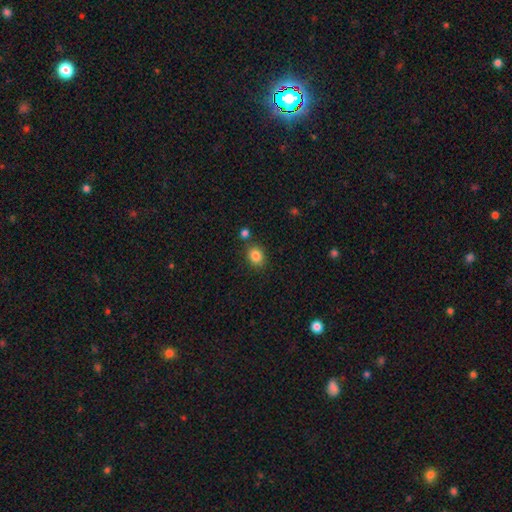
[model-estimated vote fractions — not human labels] Morphology: type=smooth (85%); roundness=in between (50%); merging=none (80%).